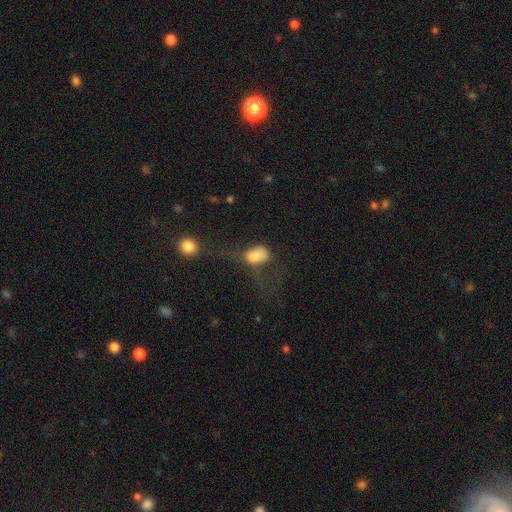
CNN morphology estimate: A smooth galaxy with no disk features (76%) that is in between round and cigar-shaped (77%).

Vote fractions:
- Smooth or featured? smooth: 76% / featured or disk: 13% / star or artifact: 10%
- How rounded? in between: 77% / round: 20% / cigar-shaped: 2%
- Merging? major disturbance: 52% / none: 19% / minor disturbance: 19% / merger: 10%